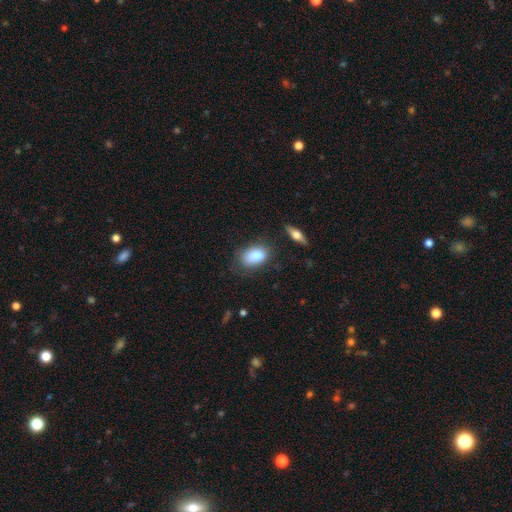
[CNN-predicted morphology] Smooth or featured?
  - smooth: 84% *
  - featured or disk: 8%
  - star or artifact: 7%
How rounded?
  - in between: 89% *
  - round: 9%
  - cigar-shaped: 2%
Merging?
  - none: 64% *
  - minor disturbance: 24%
  - major disturbance: 8%
  - merger: 4%